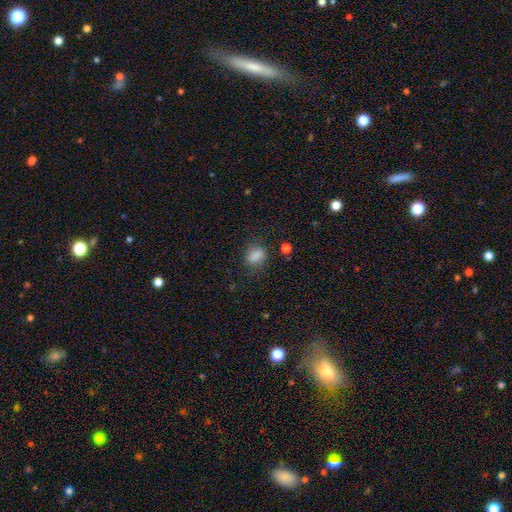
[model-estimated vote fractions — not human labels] This appears to be a smooth galaxy with no disk features (81%) that is in between round and cigar-shaped (68%). Merging: none (69%).